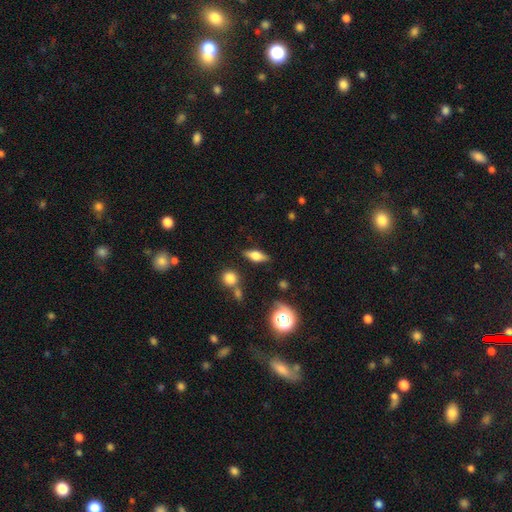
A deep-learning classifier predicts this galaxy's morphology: This appears to be a smooth galaxy with no disk features (45%). Merging: none (83%).